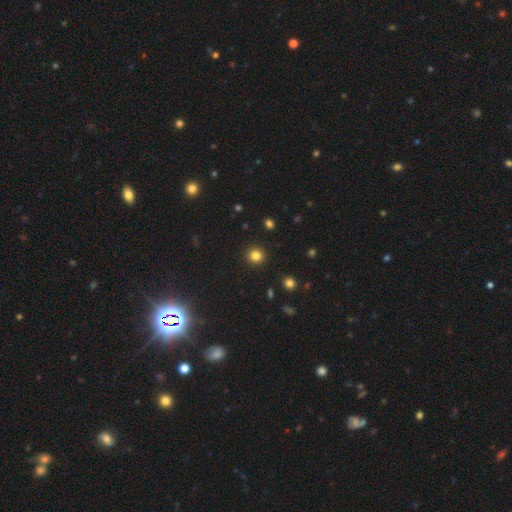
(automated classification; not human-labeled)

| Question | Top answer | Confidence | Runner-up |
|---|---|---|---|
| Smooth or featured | smooth | 82% | star or artifact (13%) |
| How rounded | round | 92% | in between (7%) |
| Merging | none | 92% | minor disturbance (5%) |